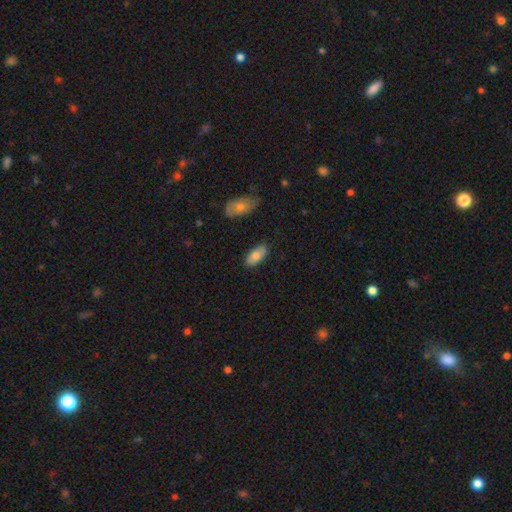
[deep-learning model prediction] The model was most divided on "smooth or featured": smooth: 78%, featured or disk: 15%, star or artifact: 6%. More confident: how rounded — in between (89%); merging — none (83%).